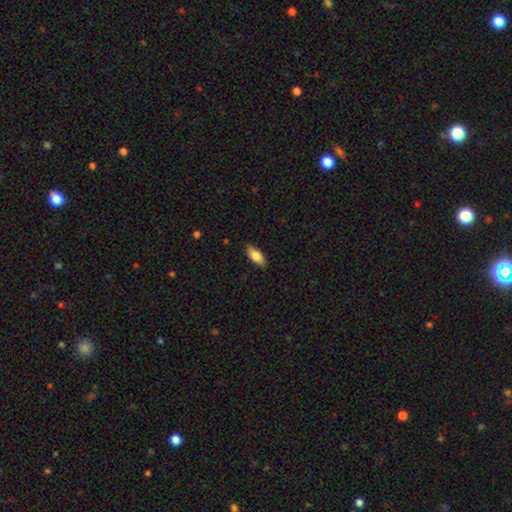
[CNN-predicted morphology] smooth 81%, featured or disk 13%, star or artifact 6%. Down the decision tree: how rounded — in between (83%); merging — none (86%).